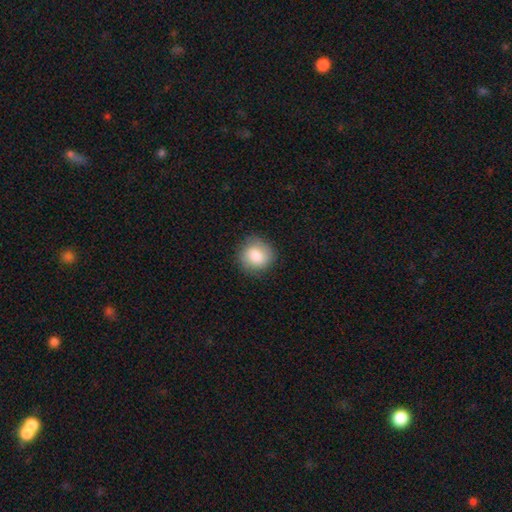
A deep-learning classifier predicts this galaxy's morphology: smooth_or_featured: smooth (p=0.79) [alt: featured or disk p=0.13]
how_rounded: round (p=0.85) [alt: in between p=0.14]
merging: none (p=0.84) [alt: minor disturbance p=0.12]